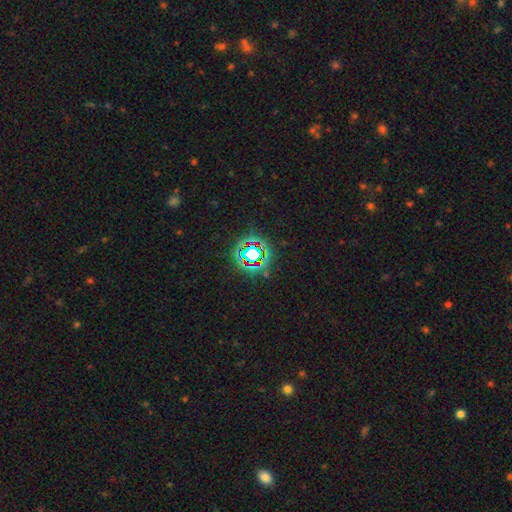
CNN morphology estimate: Q: Smooth or featured?
A: star or artifact (72%); runner-up: smooth (17%)